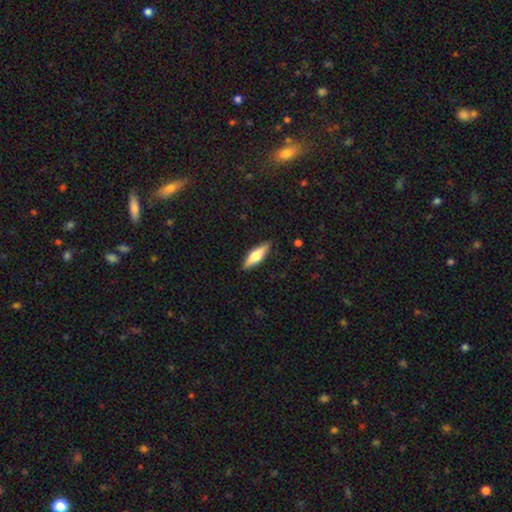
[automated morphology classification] The model was most divided on "how rounded": cigar-shaped: 50%, in between: 47%, round: 2%. More confident: merging — none (89%); smooth or featured — smooth (55%).